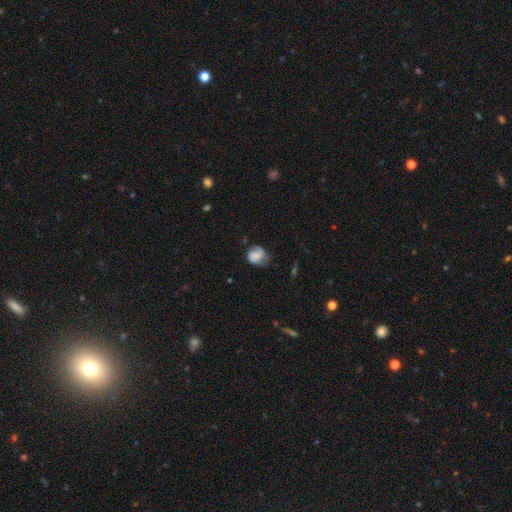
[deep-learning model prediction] Smooth or featured?
  - smooth: 64% *
  - featured or disk: 27%
  - star or artifact: 9%
How rounded?
  - round: 66% *
  - in between: 33%
  - cigar-shaped: 1%
Merging?
  - none: 49% *
  - minor disturbance: 33%
  - major disturbance: 16%
  - merger: 2%